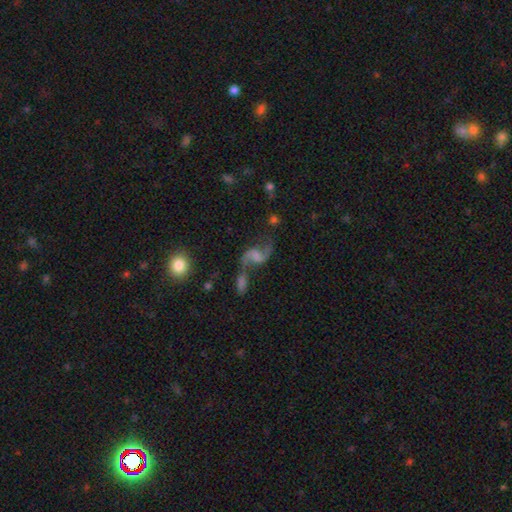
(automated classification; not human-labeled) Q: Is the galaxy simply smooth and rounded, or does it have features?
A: featured or disk — 84%.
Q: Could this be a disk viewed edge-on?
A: no — 98%.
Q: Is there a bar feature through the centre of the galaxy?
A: weak — 45%.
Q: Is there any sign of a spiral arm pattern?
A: yes — 95%.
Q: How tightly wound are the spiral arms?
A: loose — 84%.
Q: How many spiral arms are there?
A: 2 — 93%.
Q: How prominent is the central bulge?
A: none — 39%.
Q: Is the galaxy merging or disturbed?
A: none — 53%.